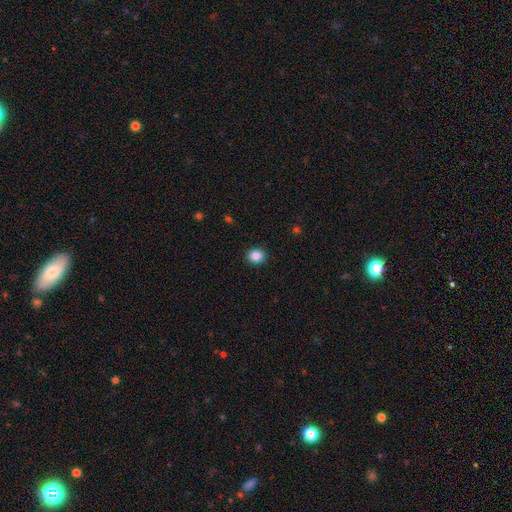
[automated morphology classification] smooth_or_featured: smooth (p=0.86) [alt: star or artifact p=0.10]
how_rounded: round (p=0.79) [alt: in between p=0.20]
merging: none (p=0.91) [alt: minor disturbance p=0.06]